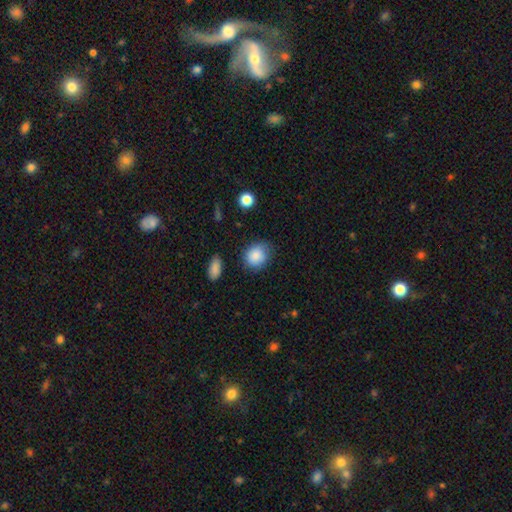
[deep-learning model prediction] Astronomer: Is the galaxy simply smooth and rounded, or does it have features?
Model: smooth — 87%.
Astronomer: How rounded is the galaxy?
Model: round — 62%.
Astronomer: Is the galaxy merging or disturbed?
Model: none — 74%.